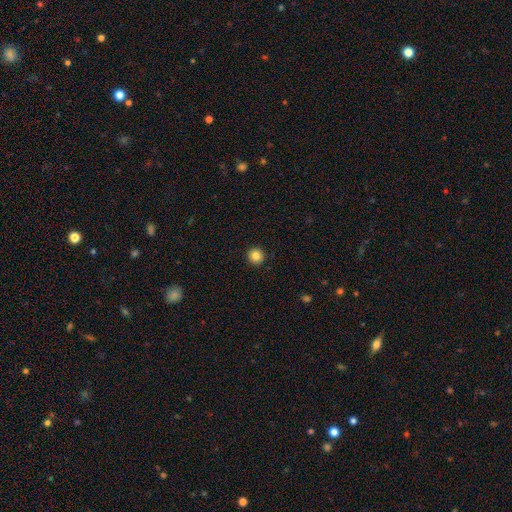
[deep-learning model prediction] Smooth or featured: smooth — 85% (star or artifact — 10%)
How rounded: round — 96% (in between — 3%)
Merging: none — 94% (minor disturbance — 4%)